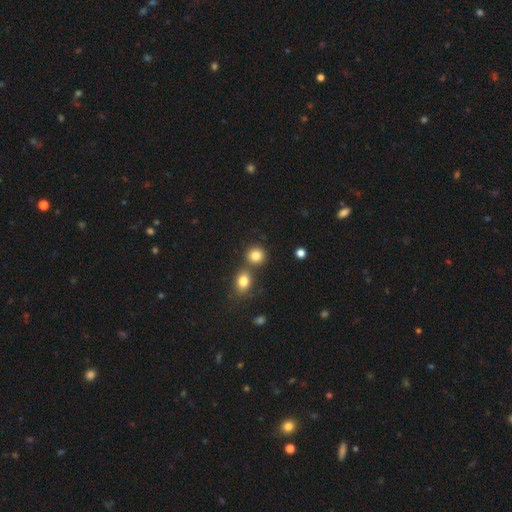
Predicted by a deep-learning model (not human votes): Smooth or featured? smooth (83%)
How rounded? round (83%)
Merging? none (65%)